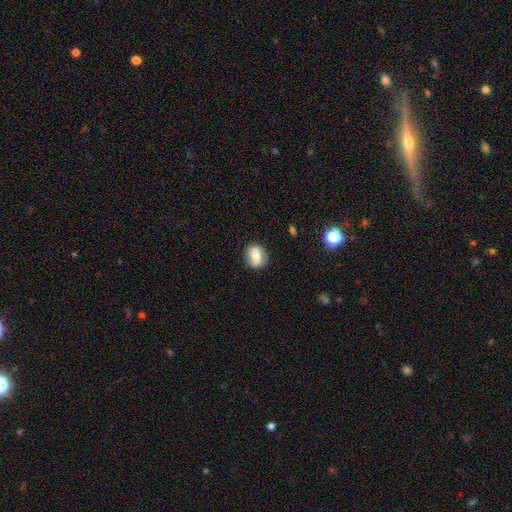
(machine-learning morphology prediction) The model was most divided on "how rounded": round: 50%, in between: 46%, cigar-shaped: 4%. More confident: merging — none (83%); smooth or featured — smooth (50%).